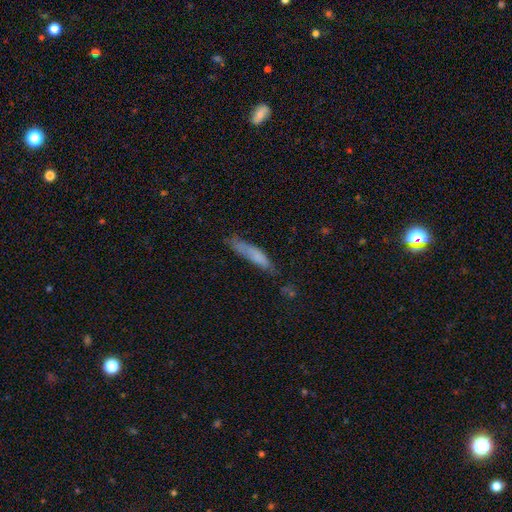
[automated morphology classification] This is likely a smooth galaxy (71%). How rounded: clearly cigar-shaped (82%). Merging: possibly none (57%).